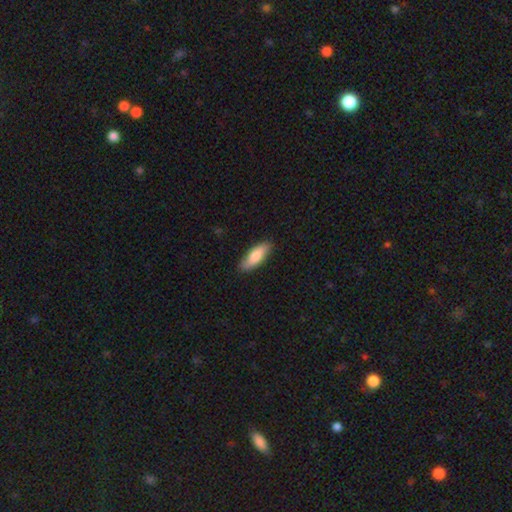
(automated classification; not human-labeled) Smooth or featured?
  - smooth: 80% *
  - featured or disk: 15%
  - star or artifact: 5%
How rounded?
  - in between: 62% *
  - cigar-shaped: 36%
  - round: 2%
Merging?
  - none: 87% *
  - minor disturbance: 10%
  - major disturbance: 2%
  - merger: 1%